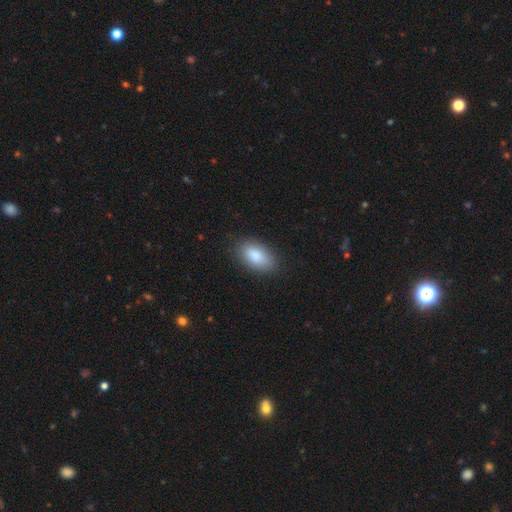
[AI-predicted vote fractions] Smooth or featured? smooth (87%)
How rounded? in between (94%)
Merging? none (86%)